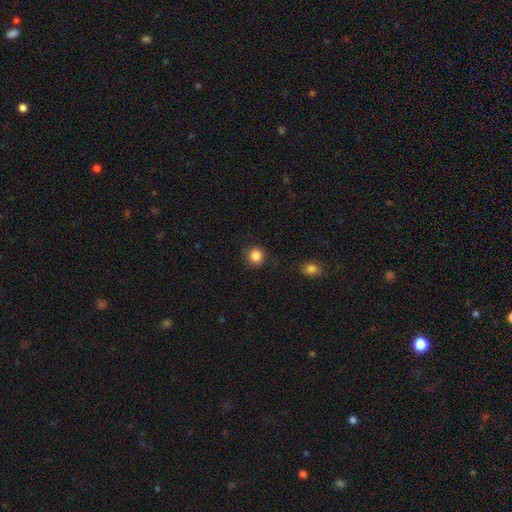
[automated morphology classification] smooth_or_featured: smooth (p=0.86) [alt: star or artifact p=0.10]
how_rounded: round (p=0.93) [alt: in between p=0.06]
merging: none (p=0.89) [alt: minor disturbance p=0.07]